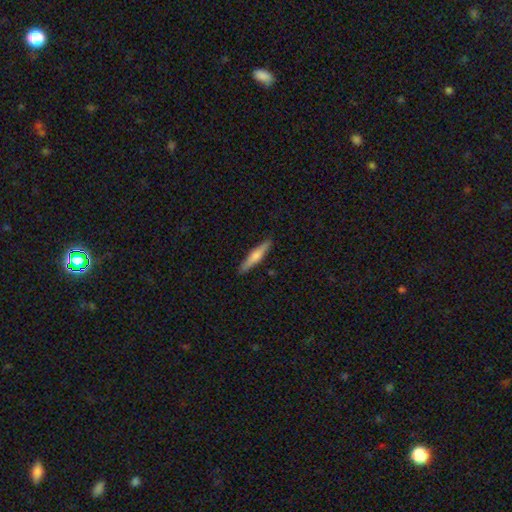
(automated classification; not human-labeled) Smooth or featured? Predicted: smooth (p=0.54). How rounded? Predicted: cigar-shaped (p=0.90). Merging? Predicted: none (p=0.90).